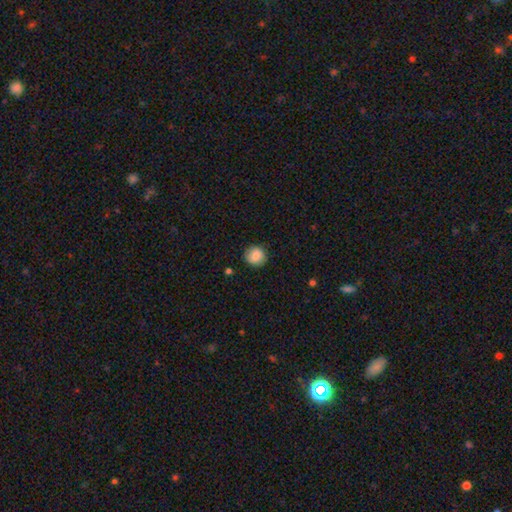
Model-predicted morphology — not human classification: smooth_or_featured: smooth (p=0.84) [alt: star or artifact p=0.08]
how_rounded: round (p=0.91) [alt: in between p=0.08]
merging: none (p=0.86) [alt: minor disturbance p=0.10]